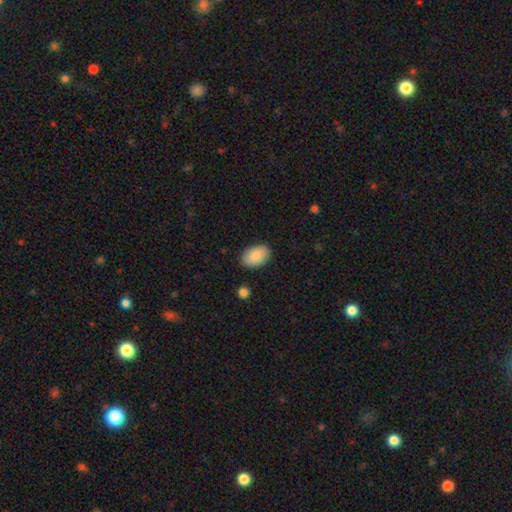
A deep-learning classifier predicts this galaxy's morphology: A smooth galaxy with no disk features (87%) that is in between round and cigar-shaped (91%). Merging: none (86%).